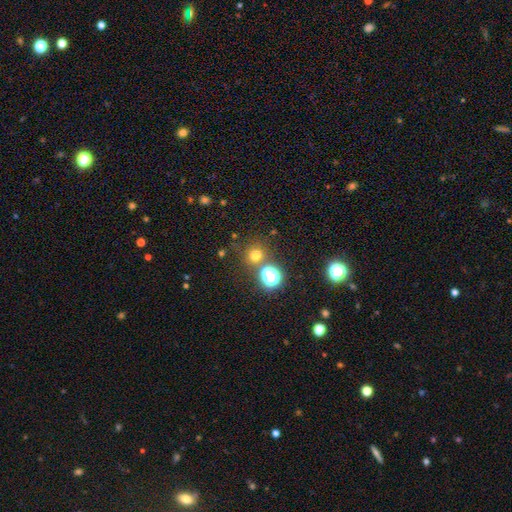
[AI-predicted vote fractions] The model was most divided on "smooth or featured": smooth: 66%, star or artifact: 27%, featured or disk: 7%. More confident: how rounded — round (85%); merging — none (72%).